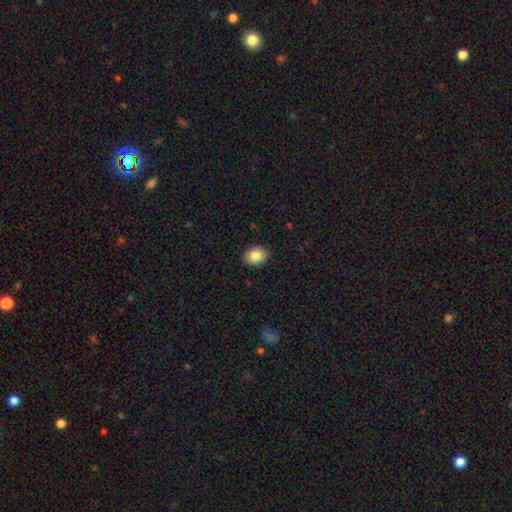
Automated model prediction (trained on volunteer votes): Overall: smooth (85%). How rounded: in between (61%; round 38%). Merging: none (90%).